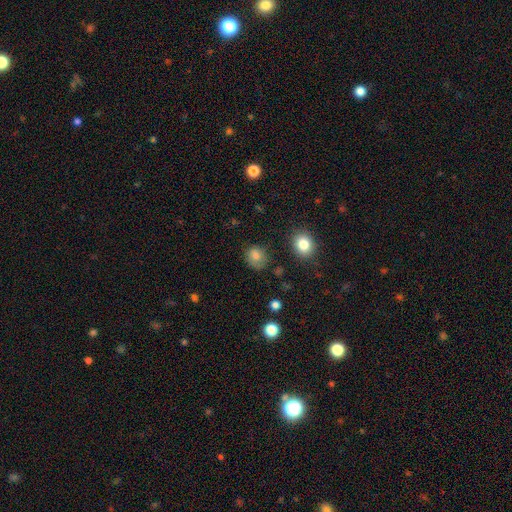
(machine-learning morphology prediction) Smooth or featured: smooth — 81% (star or artifact — 11%)
How rounded: round — 70% (in between — 29%)
Merging: none — 67% (minor disturbance — 23%)